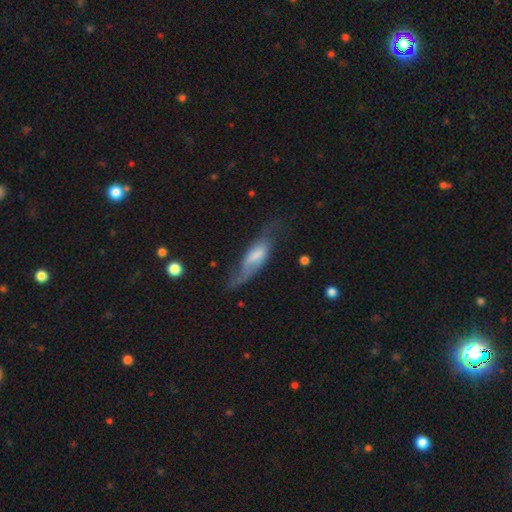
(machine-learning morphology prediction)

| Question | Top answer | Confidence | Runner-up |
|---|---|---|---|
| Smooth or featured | featured or disk | 51% | smooth (42%) |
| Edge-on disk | no | 64% | yes (36%) |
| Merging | none | 41% | minor disturbance (28%) |